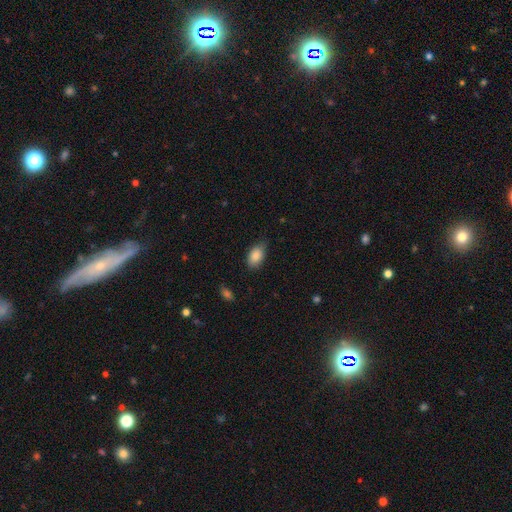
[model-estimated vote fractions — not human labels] The model was most divided on "merging": none: 75%, minor disturbance: 21%, major disturbance: 4%, merger: 1%. More confident: how rounded — in between (90%); smooth or featured — smooth (87%).